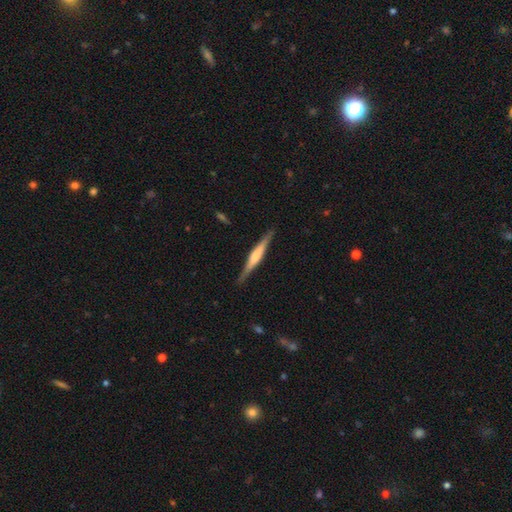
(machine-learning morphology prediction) Overall: featured or disk (63%; smooth 31%). Edge-on disk: yes (98%). Edge-on bulge: boxy (41%, tied with rounded). Merging: none (88%).